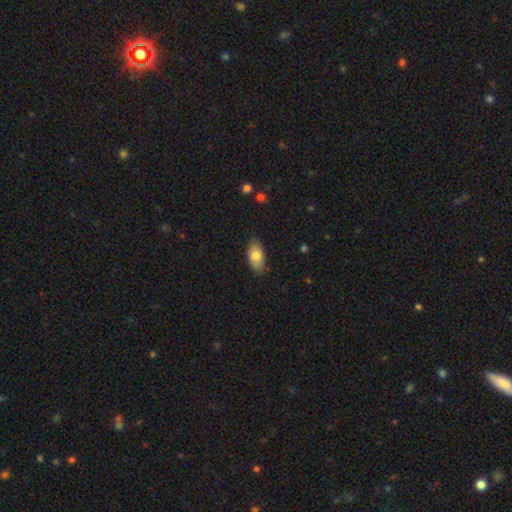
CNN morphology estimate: Smooth or featured?
  - smooth: 80% *
  - featured or disk: 14%
  - star or artifact: 6%
How rounded?
  - in between: 92% *
  - cigar-shaped: 5%
  - round: 3%
Merging?
  - none: 82% *
  - minor disturbance: 14%
  - major disturbance: 2%
  - merger: 1%